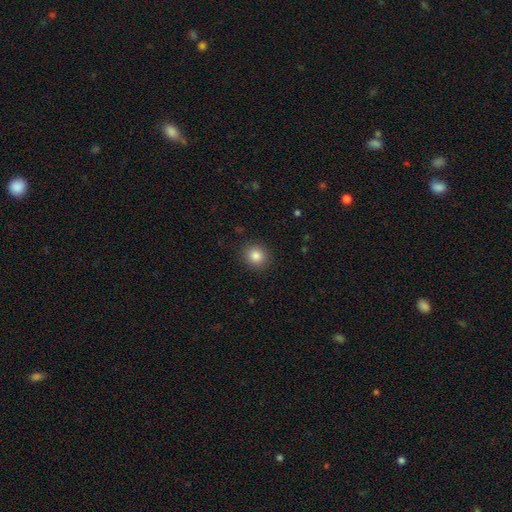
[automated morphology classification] smooth_or_featured: smooth (p=0.84) [alt: star or artifact p=0.10]
how_rounded: round (p=0.84) [alt: in between p=0.15]
merging: none (p=0.89) [alt: minor disturbance p=0.07]